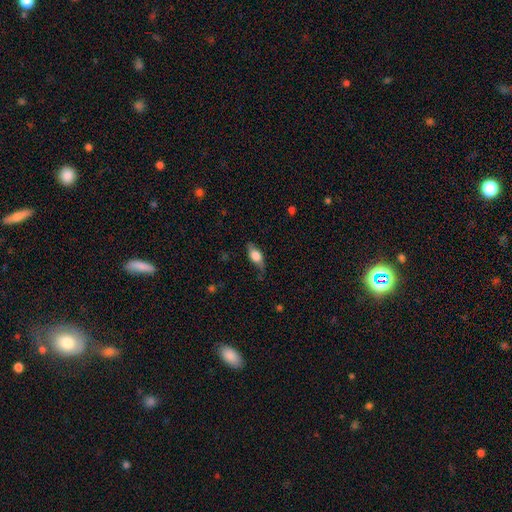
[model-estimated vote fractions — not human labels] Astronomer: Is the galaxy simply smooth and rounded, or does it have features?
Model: smooth — 59%.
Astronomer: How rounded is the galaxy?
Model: in between — 78%.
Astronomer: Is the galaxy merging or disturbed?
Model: none — 65%.